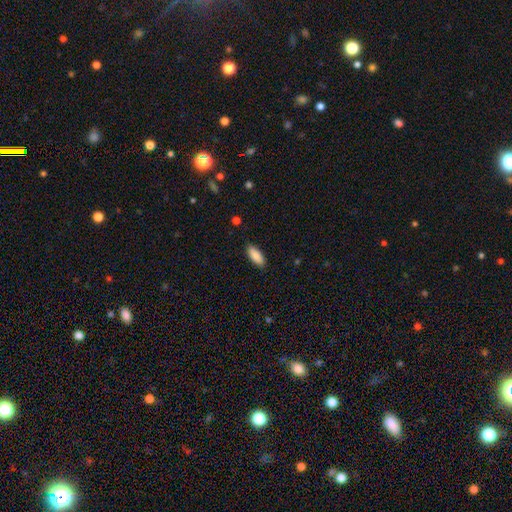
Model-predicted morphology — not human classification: This is clearly a smooth galaxy (88%). How rounded: clearly in between (81%). Merging: clearly none (88%).